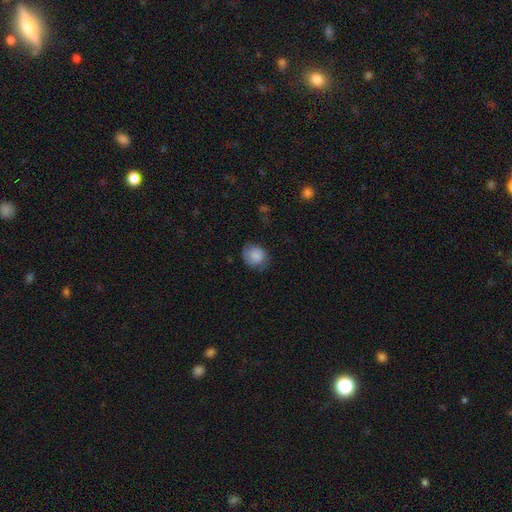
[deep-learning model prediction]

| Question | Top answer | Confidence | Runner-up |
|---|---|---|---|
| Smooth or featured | smooth | 79% | featured or disk (14%) |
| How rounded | round | 64% | in between (35%) |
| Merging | none | 68% | minor disturbance (23%) |